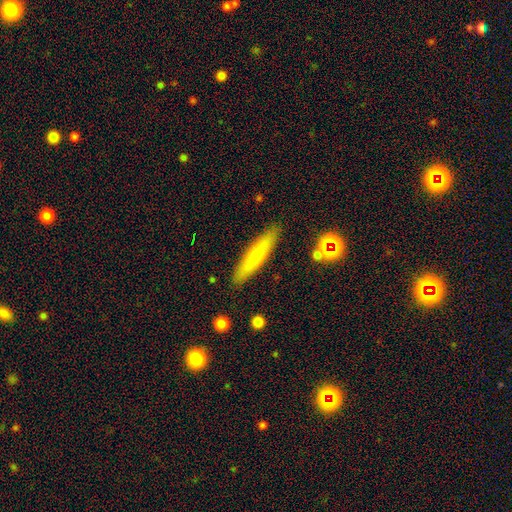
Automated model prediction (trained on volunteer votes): smooth 57%, featured or disk 36%, star or artifact 7%. Down the decision tree: how rounded — cigar-shaped (86%); merging — none (88%).